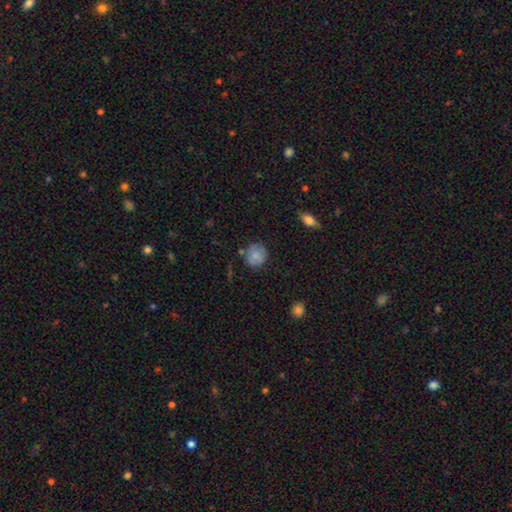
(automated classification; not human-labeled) This is clearly a smooth galaxy (82%). How rounded: likely round (78%). Merging: likely none (70%).